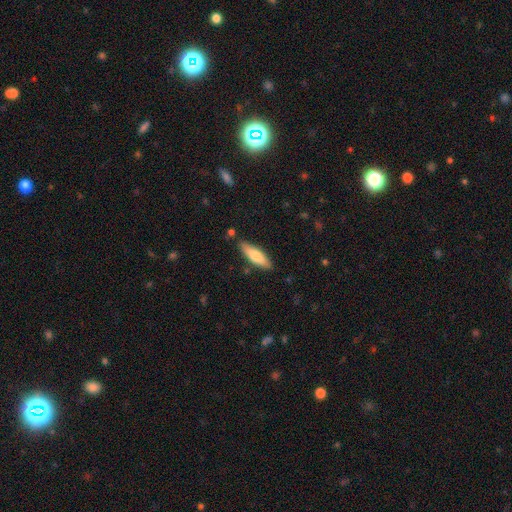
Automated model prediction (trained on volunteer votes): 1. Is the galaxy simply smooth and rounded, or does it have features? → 71% smooth, 24% featured or disk, 5% star or artifact.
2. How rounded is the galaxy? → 61% cigar-shaped, 37% in between, 2% round.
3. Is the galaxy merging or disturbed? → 85% none, 11% minor disturbance, 2% merger, 2% major disturbance.